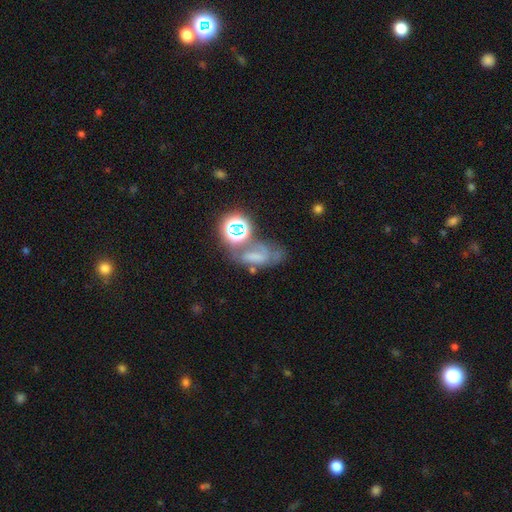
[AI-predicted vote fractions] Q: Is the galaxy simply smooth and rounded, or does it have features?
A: smooth — 36%.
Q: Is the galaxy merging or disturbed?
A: none — 34%.